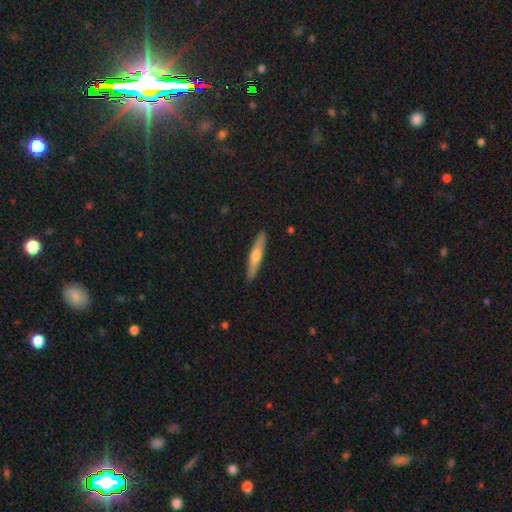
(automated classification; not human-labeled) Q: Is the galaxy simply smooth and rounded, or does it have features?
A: smooth — 48%.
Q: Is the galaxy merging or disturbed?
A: none — 91%.